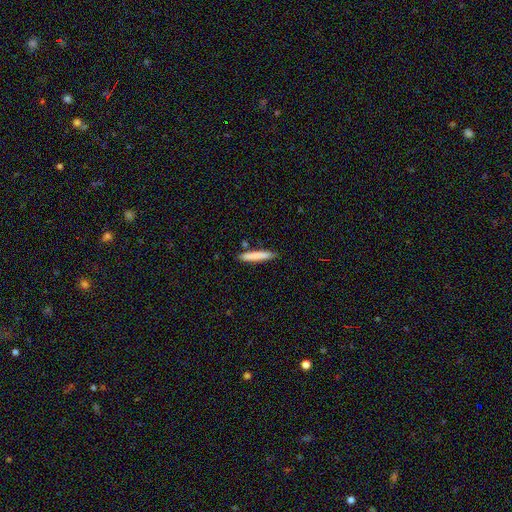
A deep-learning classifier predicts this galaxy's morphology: smooth-or-featured: smooth: 80% | featured or disk: 14% | star or artifact: 6%
  how-rounded: cigar-shaped: 92% | in between: 7% | round: 1%
  merging: none: 82% | minor disturbance: 11% | merger: 5% | major disturbance: 2%